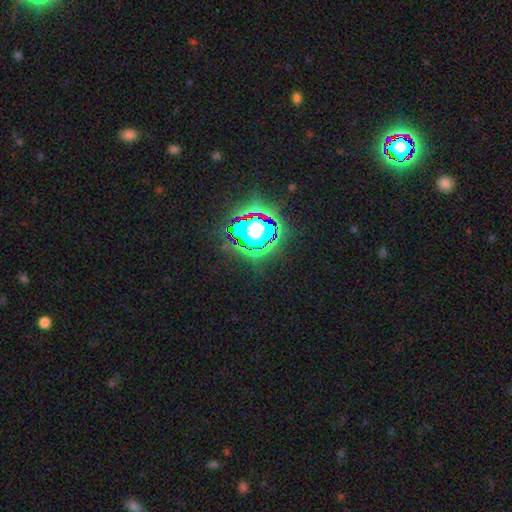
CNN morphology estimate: This is likely a star or artifact rather than a galaxy (72%).